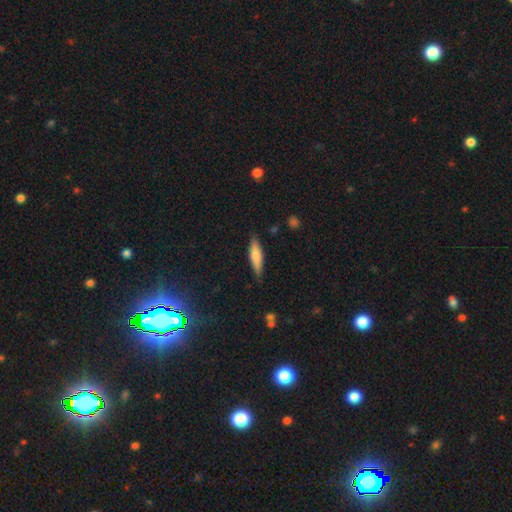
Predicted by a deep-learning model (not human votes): smooth_or_featured: smooth (p=0.67) [alt: featured or disk p=0.26]
how_rounded: cigar-shaped (p=0.71) [alt: in between p=0.27]
merging: none (p=0.83) [alt: minor disturbance p=0.13]